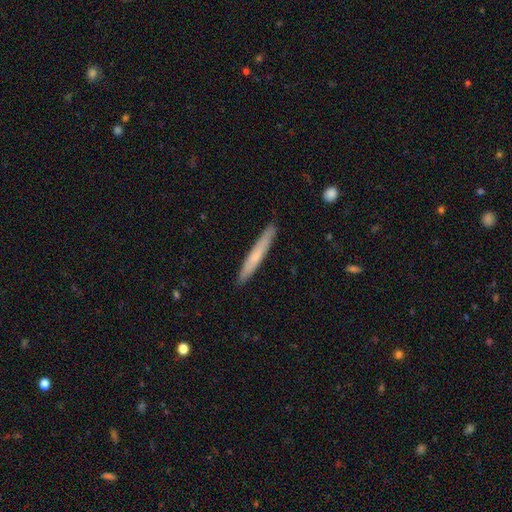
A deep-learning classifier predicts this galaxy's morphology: A smooth galaxy with no disk features (64%) that is cigar-shaped (96%). Merging: none (91%).